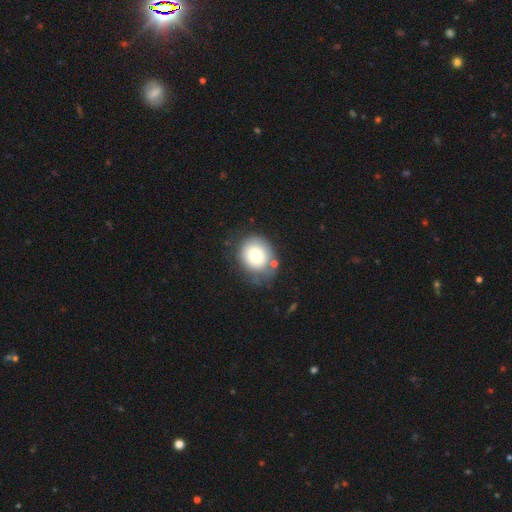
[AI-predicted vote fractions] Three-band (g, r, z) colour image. It shows a smooth galaxy with no disk features (73%) that is round (78%). Merging: none (64%).